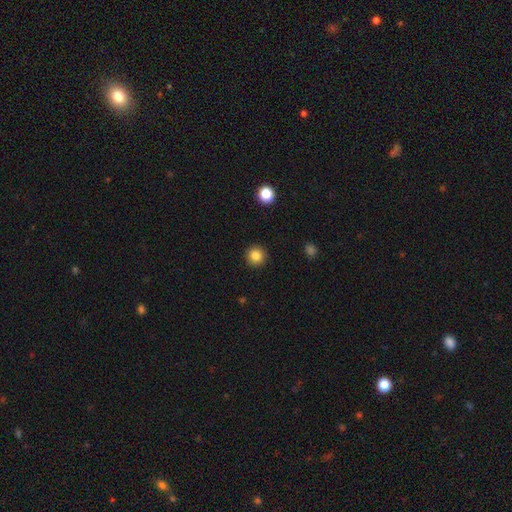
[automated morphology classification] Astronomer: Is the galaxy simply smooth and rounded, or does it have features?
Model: smooth — 84%.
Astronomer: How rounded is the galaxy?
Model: round — 96%.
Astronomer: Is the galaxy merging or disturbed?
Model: none — 93%.